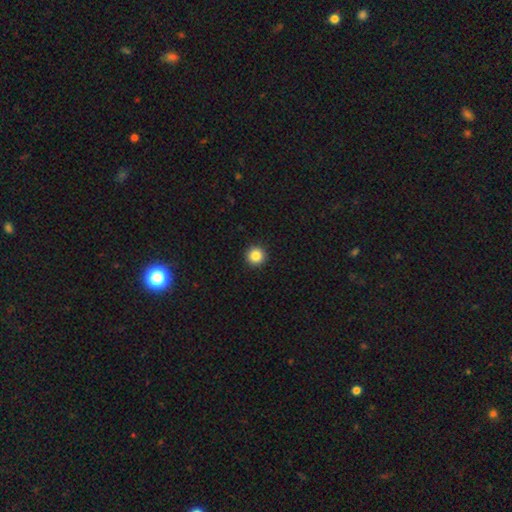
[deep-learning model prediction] smooth_or_featured: smooth (p=0.86) [alt: star or artifact p=0.10]
how_rounded: round (p=0.96) [alt: in between p=0.03]
merging: none (p=0.93) [alt: minor disturbance p=0.04]